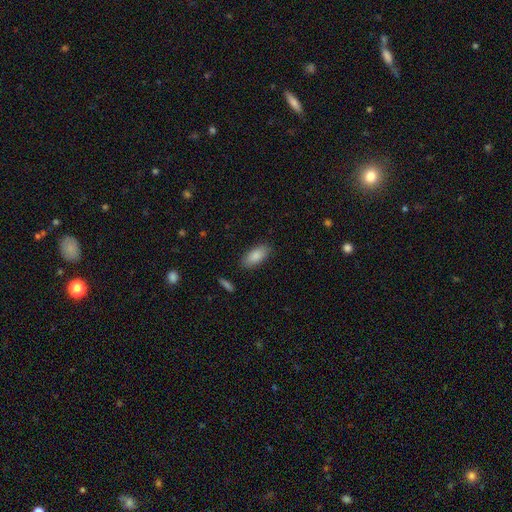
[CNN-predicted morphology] smooth 86%, featured or disk 8%, star or artifact 7%. Down the decision tree: how rounded — in between (88%); merging — none (86%).